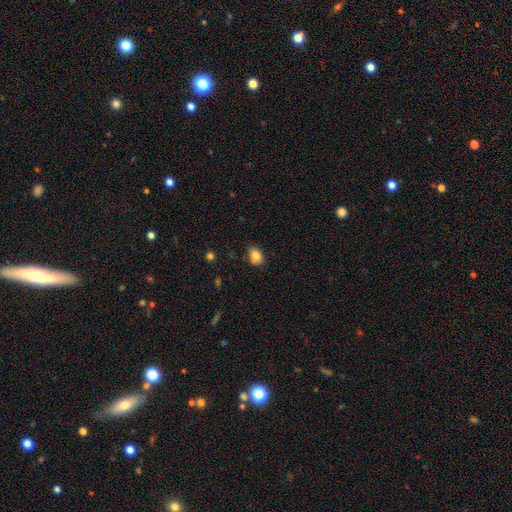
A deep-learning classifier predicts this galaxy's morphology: Smooth or featured: smooth — 83% (star or artifact — 9%)
How rounded: in between — 72% (round — 27%)
Merging: none — 77% (minor disturbance — 18%)